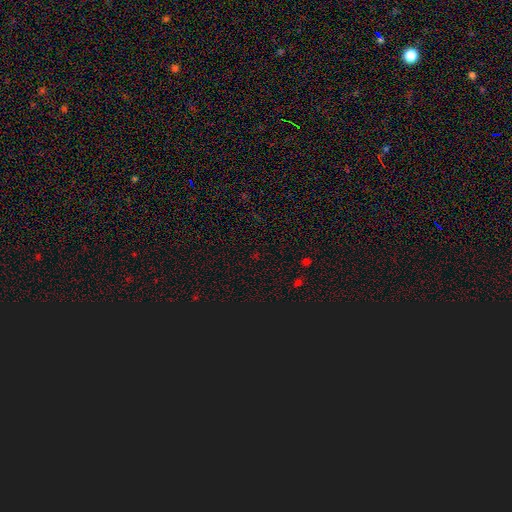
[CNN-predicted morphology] A star or artifact, not a galaxy (71%).